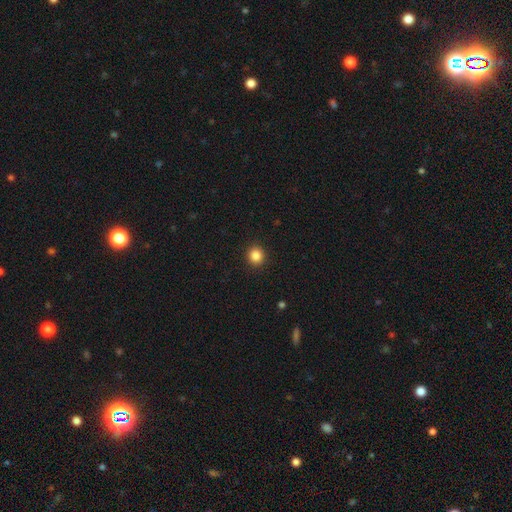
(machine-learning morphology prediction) smooth 86%, star or artifact 11%, featured or disk 4%. Down the decision tree: how rounded — round (90%); merging — none (92%).